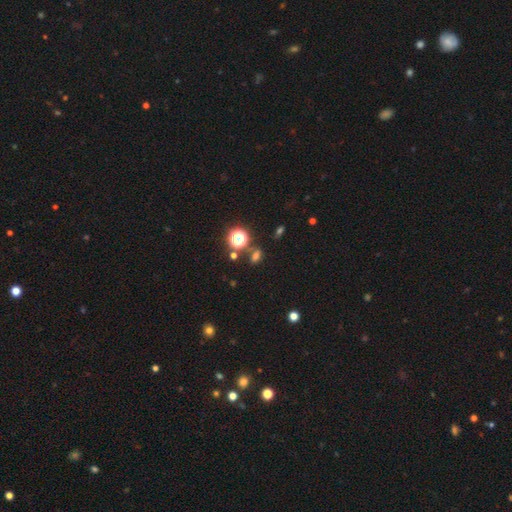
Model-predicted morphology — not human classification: Smooth or featured: smooth — 58% (star or artifact — 33%)
How rounded: in between — 63% (round — 31%)
Merging: none — 75% (minor disturbance — 12%)